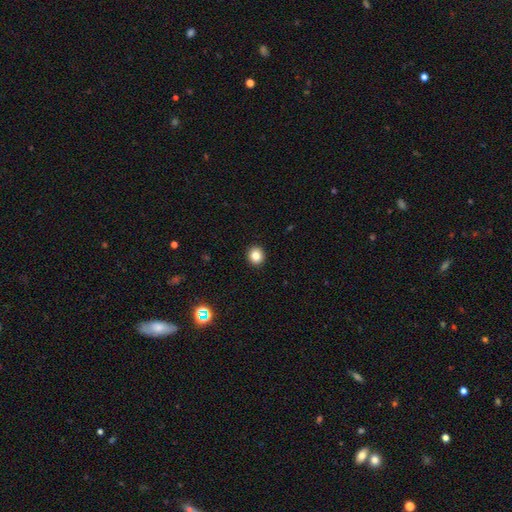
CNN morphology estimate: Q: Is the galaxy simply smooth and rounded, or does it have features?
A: smooth — 84%.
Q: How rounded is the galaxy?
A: round — 80%.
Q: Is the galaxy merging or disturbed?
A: none — 92%.